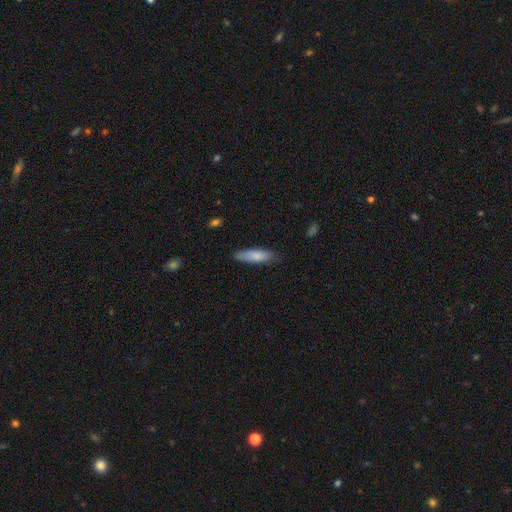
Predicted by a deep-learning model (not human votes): Q: Smooth or featured?
A: smooth (82%); runner-up: featured or disk (13%)
Q: How rounded?
A: cigar-shaped (57%); runner-up: in between (42%)
Q: Merging?
A: none (77%); runner-up: minor disturbance (19%)